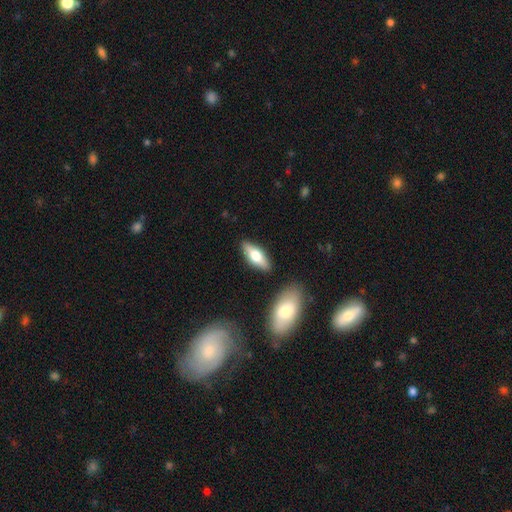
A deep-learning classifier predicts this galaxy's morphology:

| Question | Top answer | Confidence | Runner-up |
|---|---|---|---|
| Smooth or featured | smooth | 60% | featured or disk (34%) |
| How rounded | in between | 67% | cigar-shaped (31%) |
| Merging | none | 85% | minor disturbance (9%) |